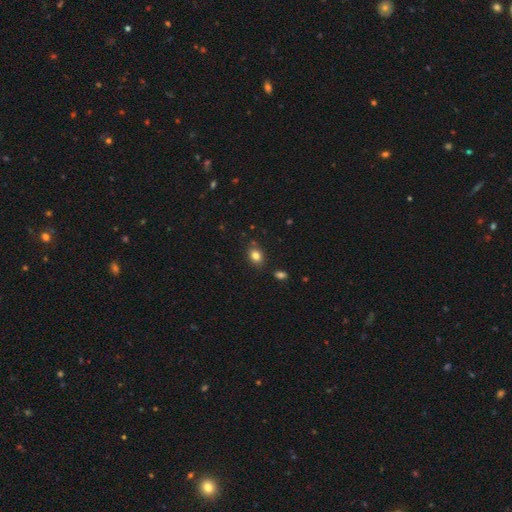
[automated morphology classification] Smooth or featured: smooth — 82% (star or artifact — 11%)
How rounded: in between — 62% (round — 37%)
Merging: none — 82% (minor disturbance — 12%)